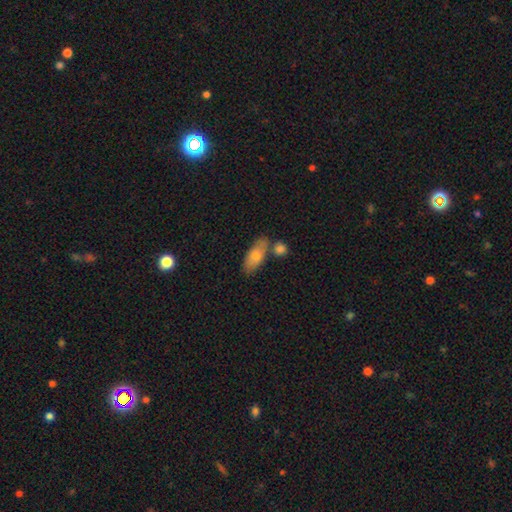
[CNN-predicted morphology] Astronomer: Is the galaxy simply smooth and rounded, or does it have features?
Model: smooth — 73%.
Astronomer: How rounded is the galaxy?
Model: in between — 79%.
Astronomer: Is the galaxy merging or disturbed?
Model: none — 63%.